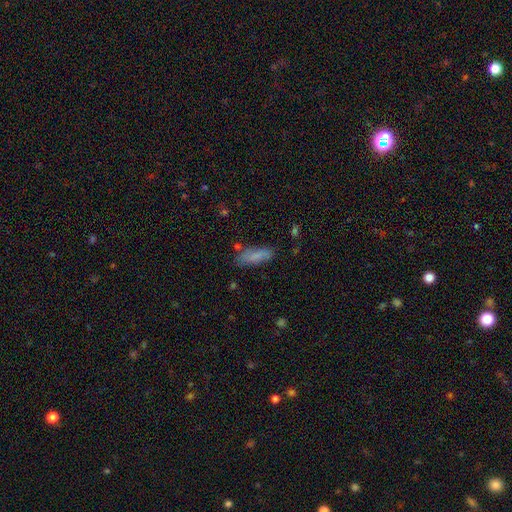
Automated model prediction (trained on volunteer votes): The model was most divided on "how rounded": in between: 57%, cigar-shaped: 41%, round: 2%. More confident: smooth or featured — smooth (79%); merging — none (71%).